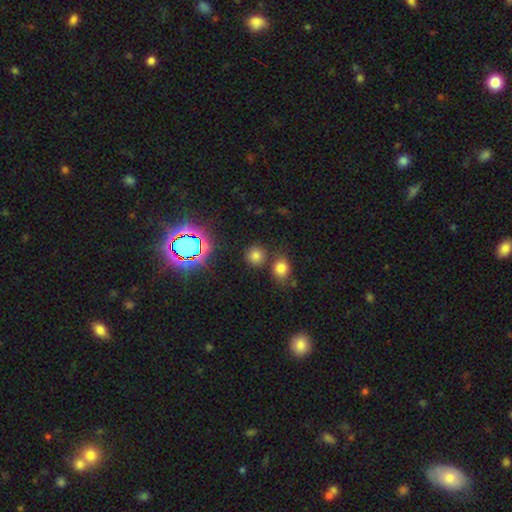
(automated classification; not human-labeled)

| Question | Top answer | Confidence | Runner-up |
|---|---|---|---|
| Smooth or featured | smooth | 71% | star or artifact (23%) |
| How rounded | round | 88% | in between (10%) |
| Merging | none | 77% | merger (12%) |